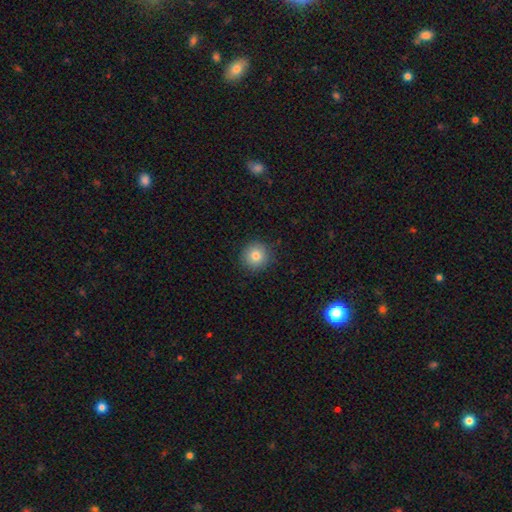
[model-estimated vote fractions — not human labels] Smooth or featured: smooth — 79% (star or artifact — 12%)
How rounded: round — 93% (in between — 6%)
Merging: none — 90% (minor disturbance — 7%)